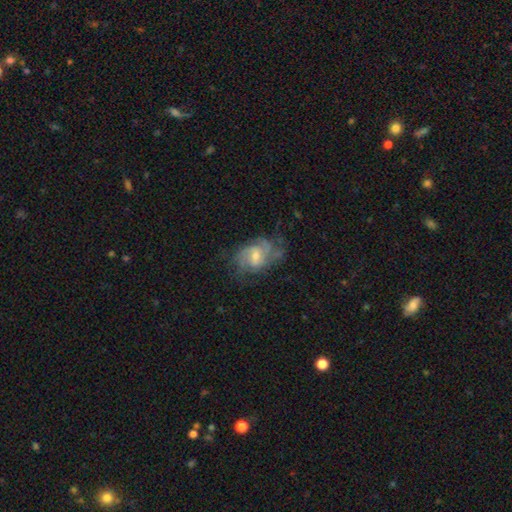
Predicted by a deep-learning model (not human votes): Smooth or featured: featured or disk — 78% (smooth — 15%)
Edge-on disk: no — 97% (yes — 3%)
Bar: weak — 50% (no — 41%)
Spiral arms: yes — 91% (no — 9%)
Spiral winding: medium — 47% (tight — 35%)
Spiral arm count: 2 — 38% (can't tell — 27%)
Bulge size: moderate — 49% (small — 42%)
Merging: none — 59% (minor disturbance — 23%)